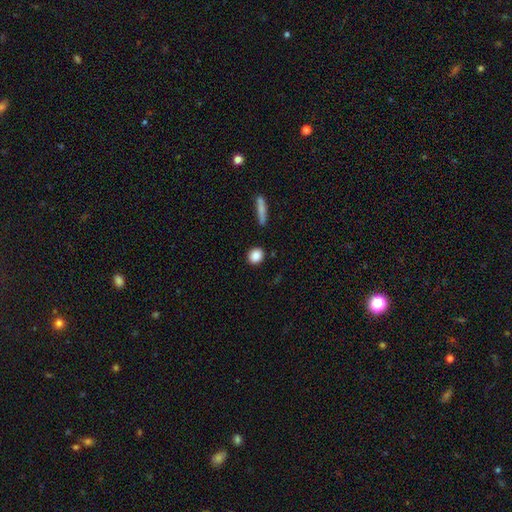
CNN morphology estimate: smooth-or-featured: smooth: 87% | star or artifact: 8% | featured or disk: 5%
  how-rounded: round: 74% | in between: 24% | cigar-shaped: 2%
  merging: none: 88% | minor disturbance: 7% | merger: 3% | major disturbance: 2%